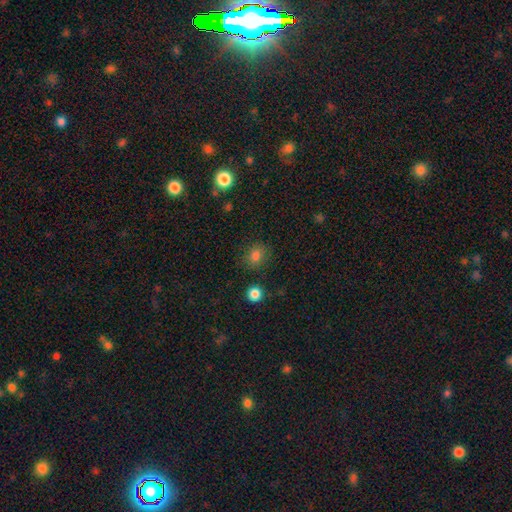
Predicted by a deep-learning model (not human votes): The model was most divided on "how rounded": round: 72%, in between: 27%, cigar-shaped: 1%. More confident: merging — none (84%); smooth or featured — smooth (81%).